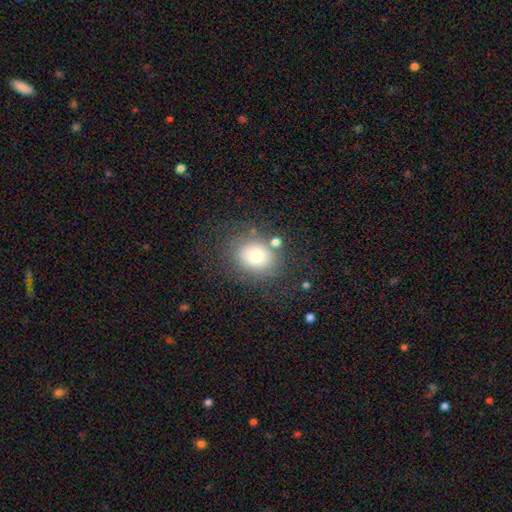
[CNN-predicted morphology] This appears to be a smooth galaxy with no disk features (69%) that is round (55%). Merging: none (71%).